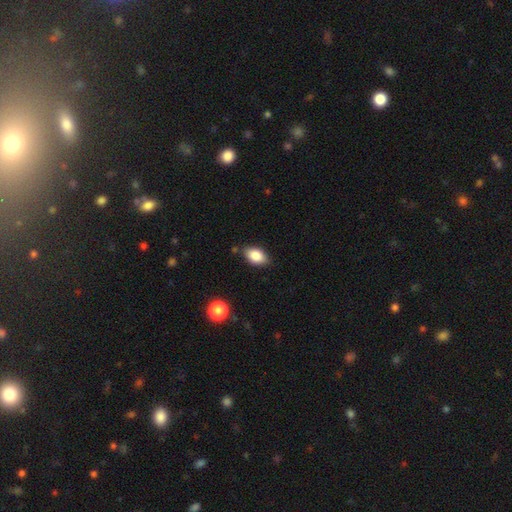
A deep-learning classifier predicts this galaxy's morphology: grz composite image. It shows a smooth galaxy with no disk features (84%) that is in between round and cigar-shaped (89%). Merging: none (80%).